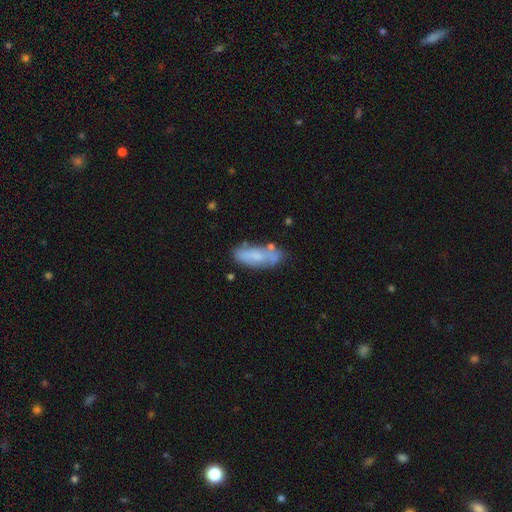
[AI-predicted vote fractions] Smooth or featured? Predicted: smooth (p=0.61). How rounded? Predicted: in between (p=0.67). Merging? Predicted: none (p=0.59).